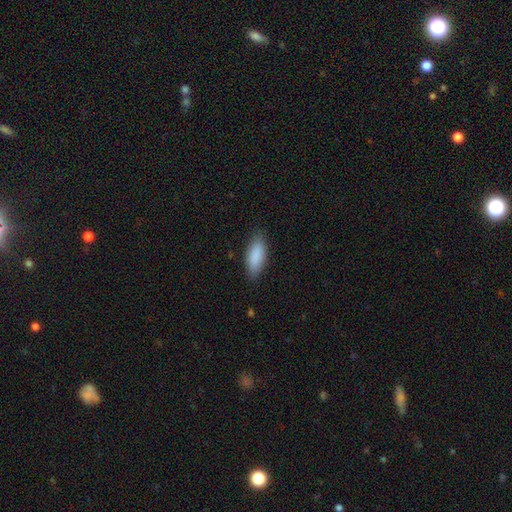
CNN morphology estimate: smooth_or_featured: smooth (p=0.89) [alt: star or artifact p=0.06]
how_rounded: in between (p=0.79) [alt: cigar-shaped p=0.20]
merging: none (p=0.85) [alt: minor disturbance p=0.12]